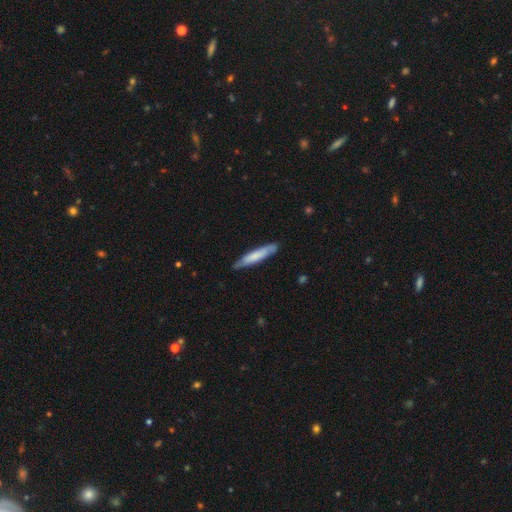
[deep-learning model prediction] smooth 65%, featured or disk 29%, star or artifact 5%. Down the decision tree: how rounded — cigar-shaped (89%); merging — none (82%).